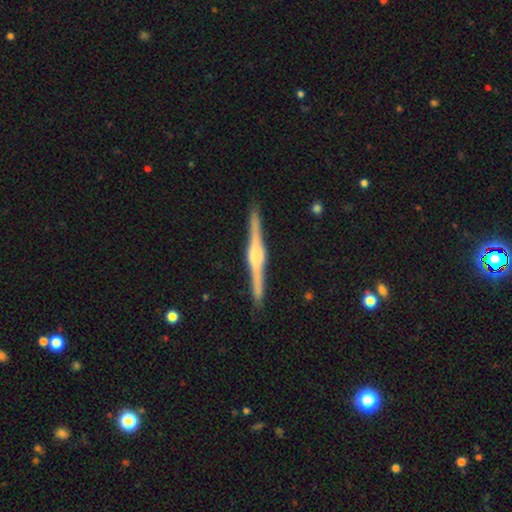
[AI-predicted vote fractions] Overall: featured or disk (84%). Edge-on disk: yes (98%). Edge-on bulge: rounded (67%; boxy 28%). Merging: none (91%).